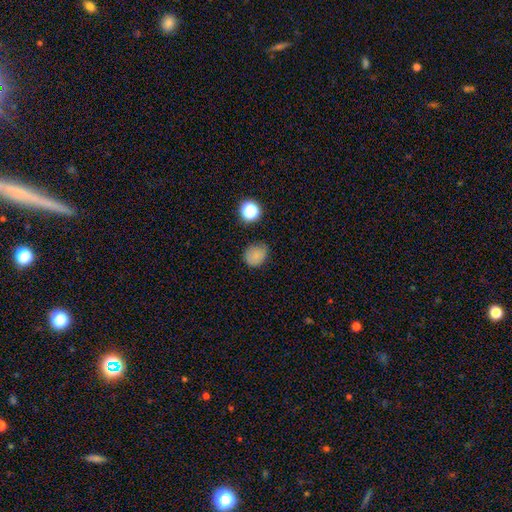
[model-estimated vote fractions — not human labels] The model was most divided on "how rounded": round: 69%, in between: 30%, cigar-shaped: 1%. More confident: smooth or featured — smooth (78%); merging — none (74%).